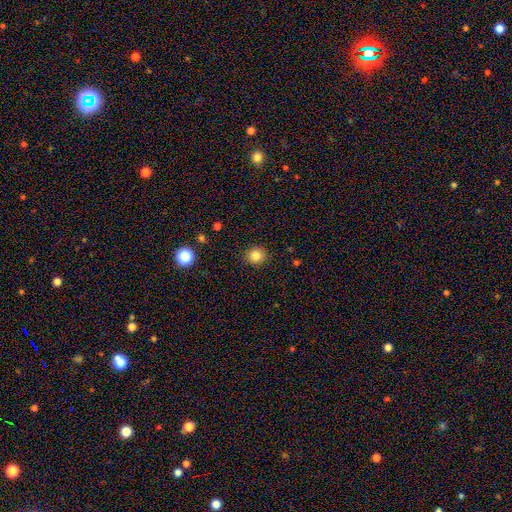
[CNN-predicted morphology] This is clearly a smooth galaxy (83%). How rounded: clearly round (86%). Merging: clearly none (90%).